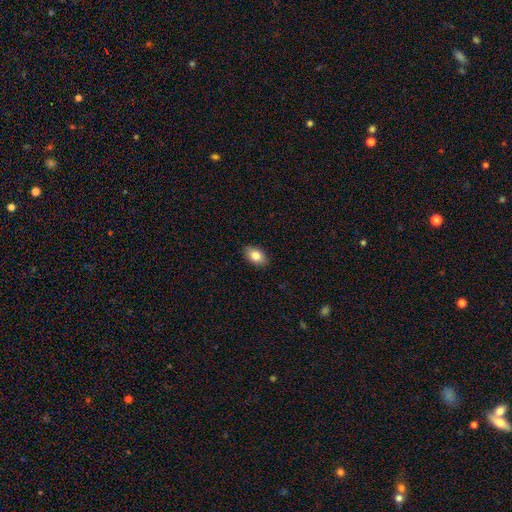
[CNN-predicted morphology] This appears to be a smooth galaxy with no disk features (82%) that is in between round and cigar-shaped (90%). Merging: none (88%).